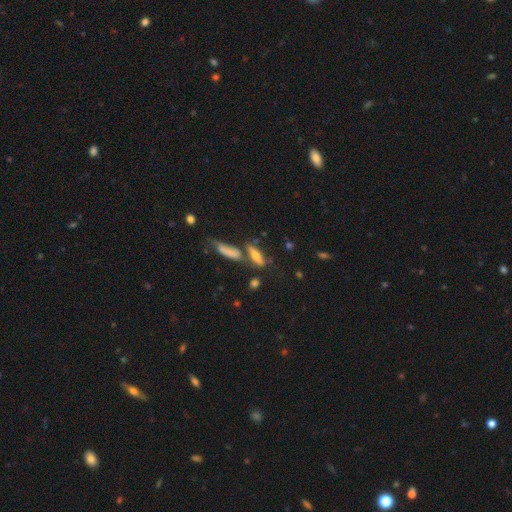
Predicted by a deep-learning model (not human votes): The model was most divided on "how rounded": cigar-shaped: 50%, in between: 46%, round: 4%. Remaining: smooth or featured — smooth (56%); merging — none (49%).